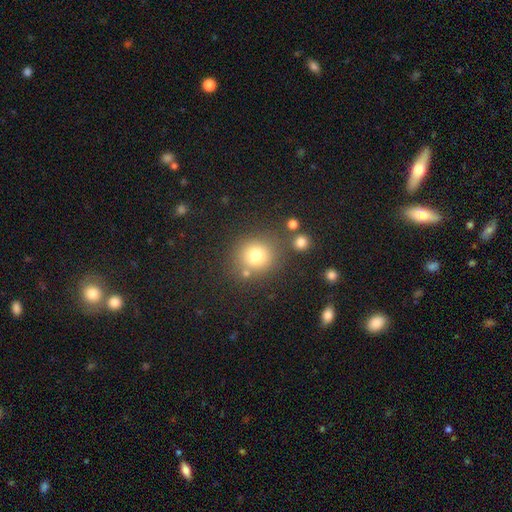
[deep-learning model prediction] smooth 77%, star or artifact 14%, featured or disk 9%. Down the decision tree: how rounded — round (86%); merging — none (75%).